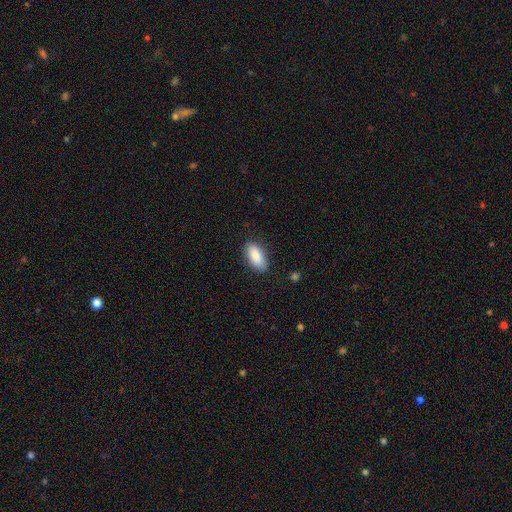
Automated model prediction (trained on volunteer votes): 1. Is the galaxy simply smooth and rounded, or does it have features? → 88% smooth, 6% featured or disk, 6% star or artifact.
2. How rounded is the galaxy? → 90% in between, 8% cigar-shaped, 2% round.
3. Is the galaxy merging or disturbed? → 85% none, 12% minor disturbance, 3% major disturbance, 1% merger.